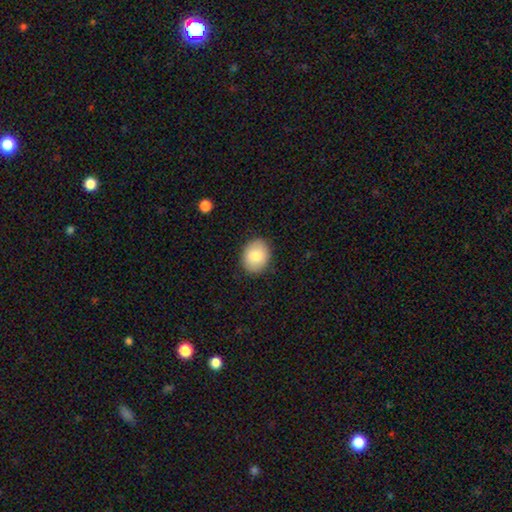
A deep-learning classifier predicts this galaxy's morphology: smooth 82%, featured or disk 11%, star or artifact 7%. Down the decision tree: how rounded — in between (52%); merging — none (88%).